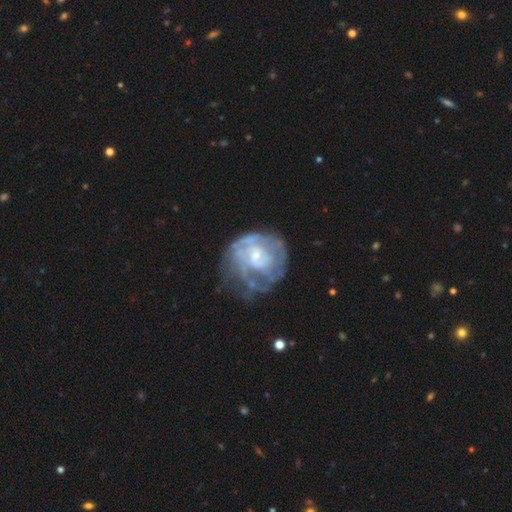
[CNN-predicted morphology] type=featured or disk (73%); edge-on=no (98%); bar=no (71%); spiral arms=yes (60%); bulge=small (58%); merging=none (44%).